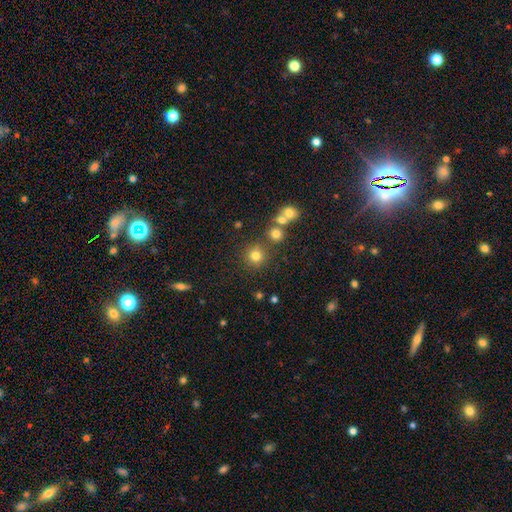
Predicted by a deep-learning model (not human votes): The model was most divided on "smooth or featured": smooth: 76%, star or artifact: 16%, featured or disk: 8%. More confident: how rounded — round (92%); merging — none (77%).